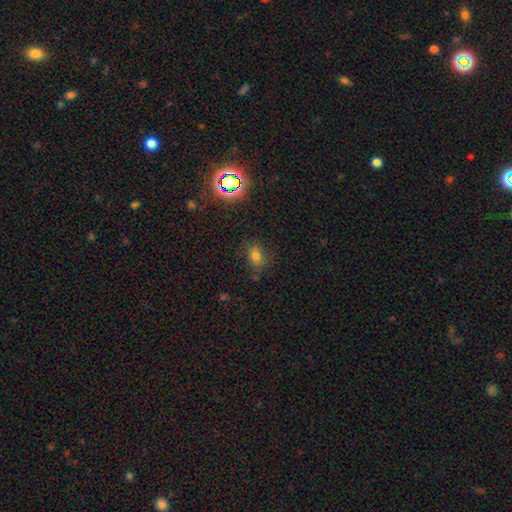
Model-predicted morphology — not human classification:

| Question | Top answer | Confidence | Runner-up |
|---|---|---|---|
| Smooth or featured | smooth | 64% | star or artifact (24%) |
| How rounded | in between | 65% | round (33%) |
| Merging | none | 72% | minor disturbance (18%) |